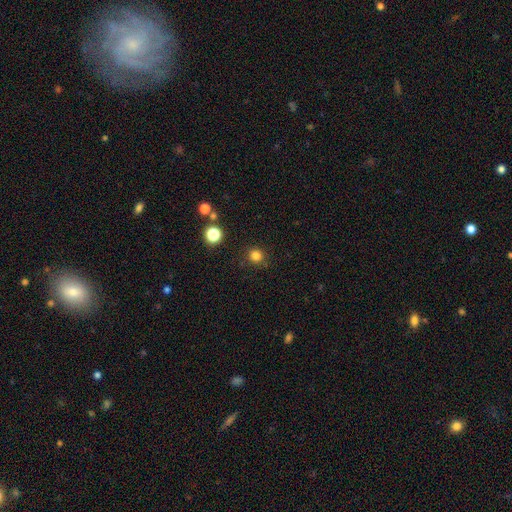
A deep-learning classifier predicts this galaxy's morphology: Q: Smooth or featured?
A: smooth (82%); runner-up: star or artifact (14%)
Q: How rounded?
A: round (93%); runner-up: in between (6%)
Q: Merging?
A: none (89%); runner-up: minor disturbance (7%)